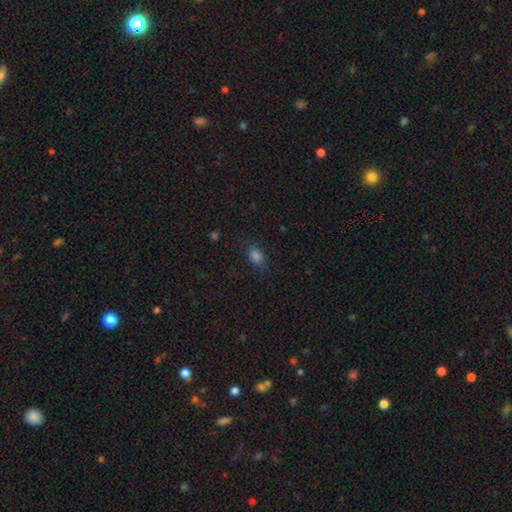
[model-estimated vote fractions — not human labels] Smooth or featured?
  - smooth: 78% *
  - star or artifact: 17%
  - featured or disk: 5%
How rounded?
  - in between: 68% *
  - round: 31%
  - cigar-shaped: 2%
Merging?
  - none: 81% *
  - minor disturbance: 14%
  - major disturbance: 4%
  - merger: 1%